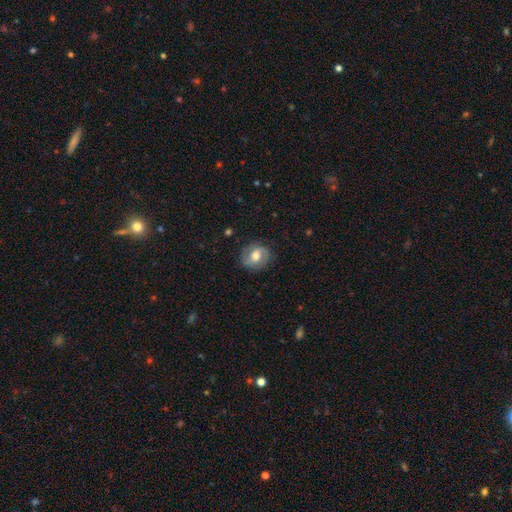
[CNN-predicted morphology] smooth_or_featured: featured or disk (p=0.55) [alt: smooth p=0.37]
disk_edge_on: no (p=0.96) [alt: yes p=0.04]
bar: weak (p=0.44) [alt: no p=0.34]
has_spiral_arms: yes (p=0.75) [alt: no p=0.25]
bulge_size: moderate (p=0.70) [alt: large p=0.17]
merging: none (p=0.81) [alt: minor disturbance p=0.13]